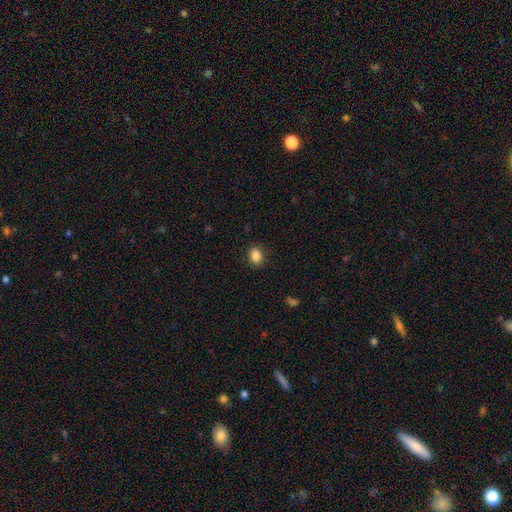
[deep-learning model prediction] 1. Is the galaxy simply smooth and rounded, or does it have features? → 87% smooth, 9% star or artifact, 4% featured or disk.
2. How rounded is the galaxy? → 69% in between, 29% round, 1% cigar-shaped.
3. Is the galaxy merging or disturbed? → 86% none, 10% minor disturbance, 3% major disturbance, 1% merger.